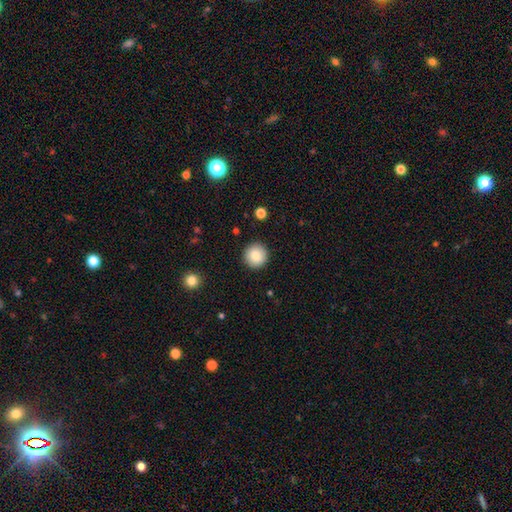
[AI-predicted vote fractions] Smooth or featured? Predicted: smooth (p=0.86). How rounded? Predicted: round (p=0.95). Merging? Predicted: none (p=0.92).